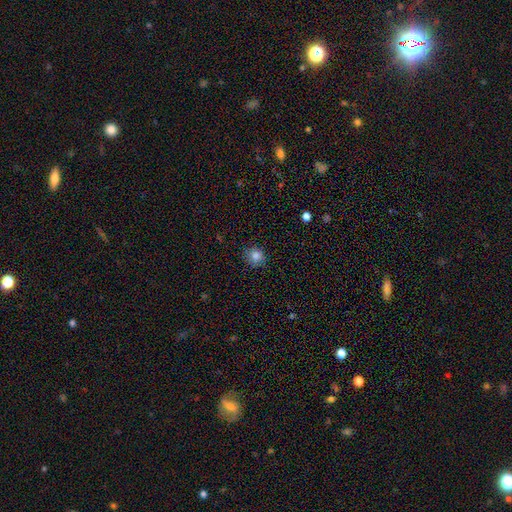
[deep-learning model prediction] Smooth or featured?
  - smooth: 83% *
  - star or artifact: 11%
  - featured or disk: 5%
How rounded?
  - round: 88% *
  - in between: 11%
  - cigar-shaped: 1%
Merging?
  - none: 85% *
  - minor disturbance: 12%
  - major disturbance: 3%
  - merger: 1%